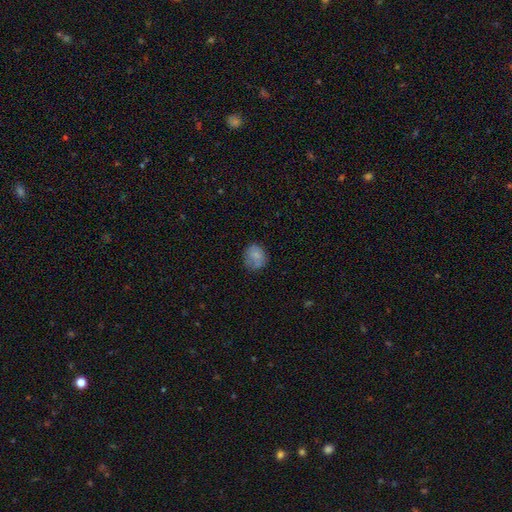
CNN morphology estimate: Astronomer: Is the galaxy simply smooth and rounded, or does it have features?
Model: smooth — 76%.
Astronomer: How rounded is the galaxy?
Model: round — 71%.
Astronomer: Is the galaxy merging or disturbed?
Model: none — 67%.